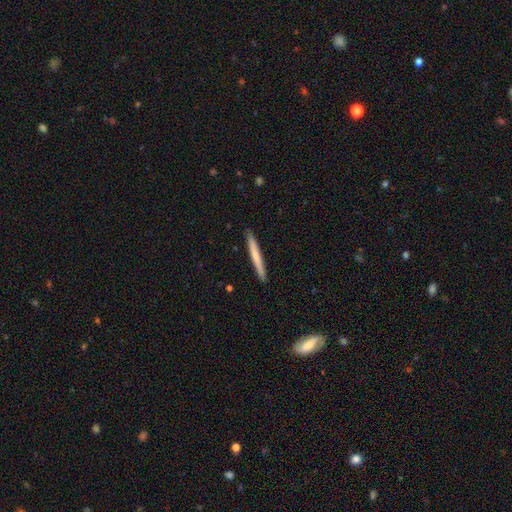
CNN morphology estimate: smooth 64%, featured or disk 31%, star or artifact 5%. Down the decision tree: how rounded — cigar-shaped (97%); merging — none (91%).